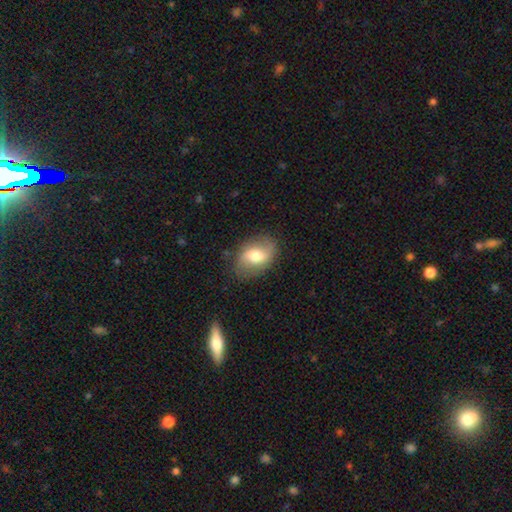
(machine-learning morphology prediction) featured or disk 52%, smooth 40%, star or artifact 7%. Down the decision tree: edge-on disk — no (94%); merging — none (79%).